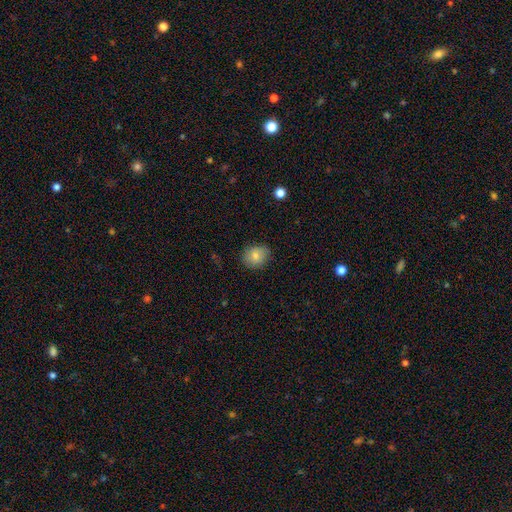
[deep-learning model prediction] smooth_or_featured: smooth (p=0.82) [alt: featured or disk p=0.10]
how_rounded: round (p=0.62) [alt: in between p=0.37]
merging: none (p=0.82) [alt: minor disturbance p=0.14]